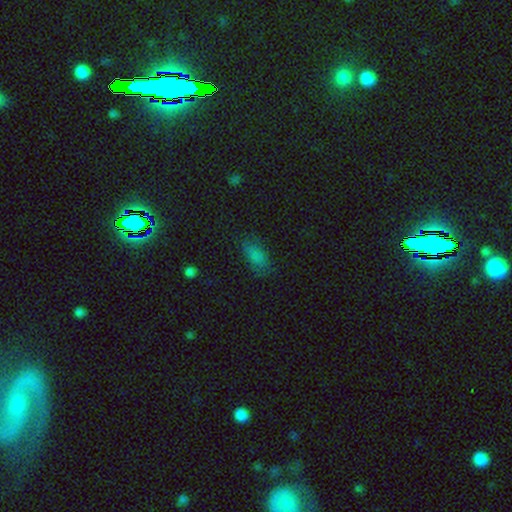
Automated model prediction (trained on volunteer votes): Smooth or featured: smooth — 80% (star or artifact — 13%)
How rounded: in between — 89% (cigar-shaped — 7%)
Merging: none — 74% (minor disturbance — 19%)